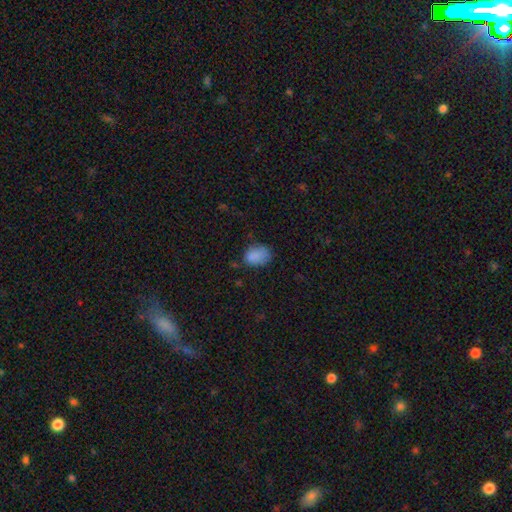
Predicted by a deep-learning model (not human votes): smooth-or-featured: smooth: 84% | star or artifact: 10% | featured or disk: 6%
  how-rounded: in between: 72% | round: 27% | cigar-shaped: 1%
  merging: none: 60% | minor disturbance: 29% | major disturbance: 9% | merger: 2%